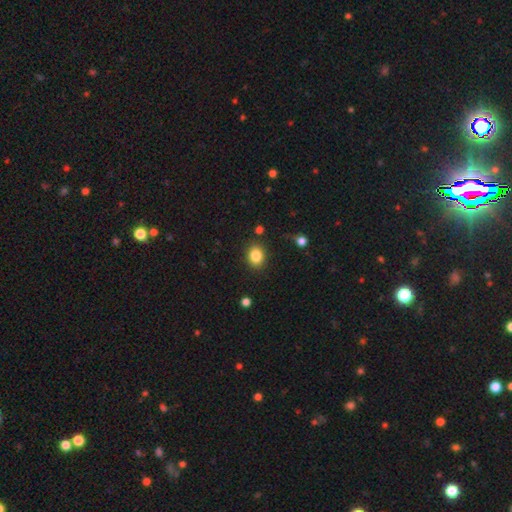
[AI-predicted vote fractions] A smooth galaxy with no disk features (84%) that is round (51%). Merging: none (86%).